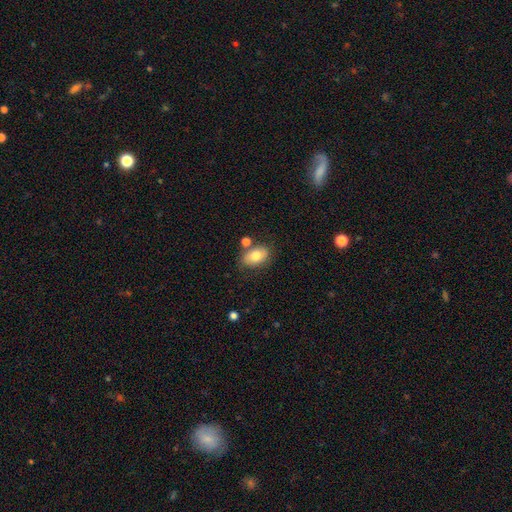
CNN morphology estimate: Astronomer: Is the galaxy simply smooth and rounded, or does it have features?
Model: smooth — 76%.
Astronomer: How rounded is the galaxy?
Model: in between — 86%.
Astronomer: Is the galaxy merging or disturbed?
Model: none — 71%.